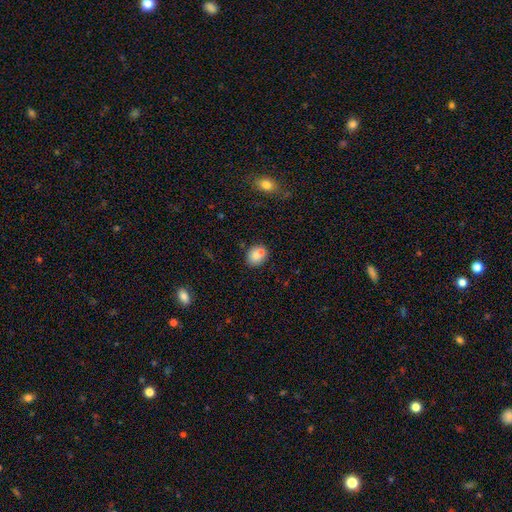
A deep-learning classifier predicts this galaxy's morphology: Smooth or featured? smooth (78%)
How rounded? round (61%)
Merging? none (53%)